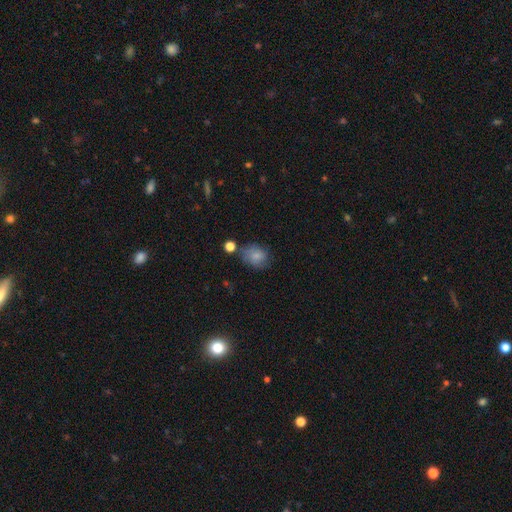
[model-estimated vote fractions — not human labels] This appears to be a smooth galaxy with no disk features (74%) that is in between round and cigar-shaped (50%). Merging: none (63%).